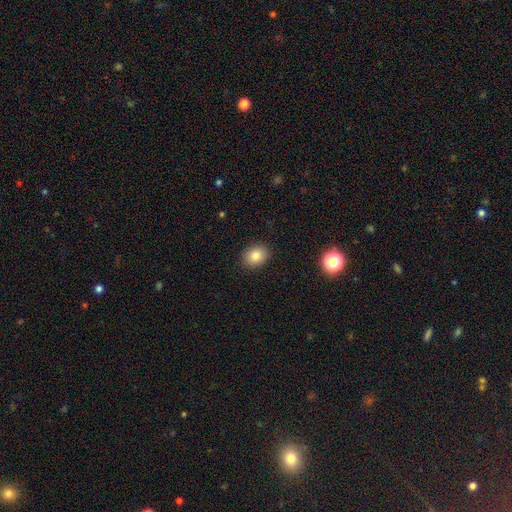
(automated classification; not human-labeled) smooth_or_featured: smooth (p=0.83) [alt: star or artifact p=0.10]
how_rounded: in between (p=0.57) [alt: round p=0.42]
merging: none (p=0.89) [alt: minor disturbance p=0.08]